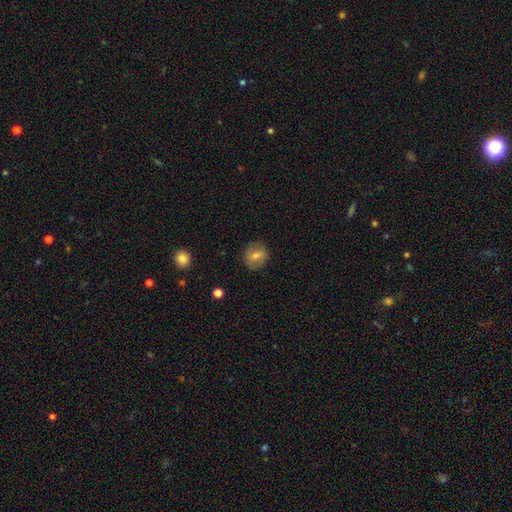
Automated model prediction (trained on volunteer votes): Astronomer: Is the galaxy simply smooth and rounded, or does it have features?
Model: smooth — 60%.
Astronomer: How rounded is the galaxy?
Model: round — 73%.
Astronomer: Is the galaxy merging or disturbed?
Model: none — 82%.